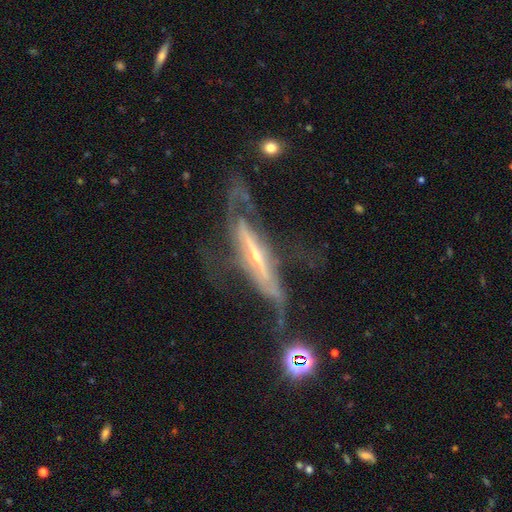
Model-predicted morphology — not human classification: type=featured or disk (82%); edge-on=no (51%); merging=none (42%).